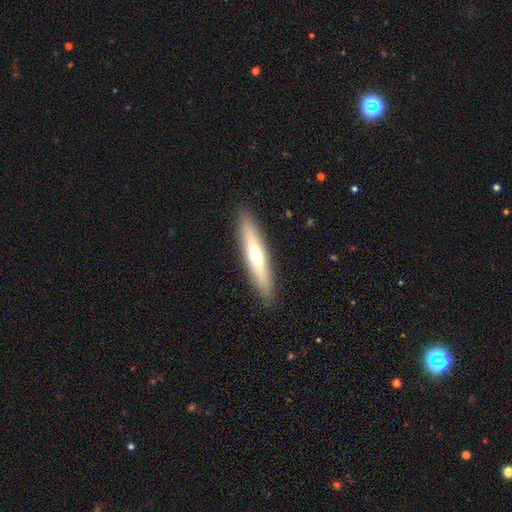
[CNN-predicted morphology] Overall: smooth (48%; featured or disk 46%). Merging: none (90%).